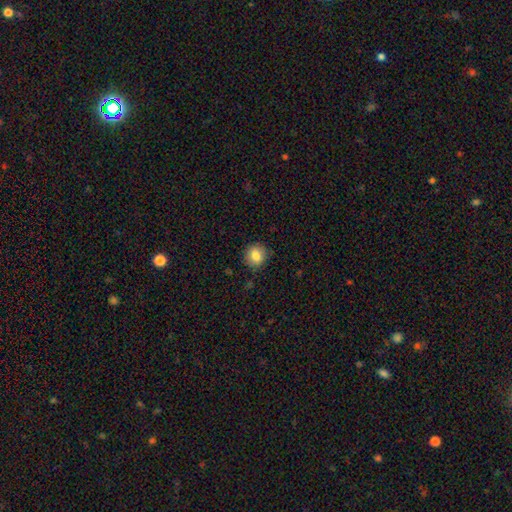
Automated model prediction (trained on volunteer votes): smooth-or-featured: smooth: 83% | star or artifact: 9% | featured or disk: 8%
  how-rounded: round: 87% | in between: 12% | cigar-shaped: 1%
  merging: none: 88% | minor disturbance: 9% | major disturbance: 2% | merger: 1%